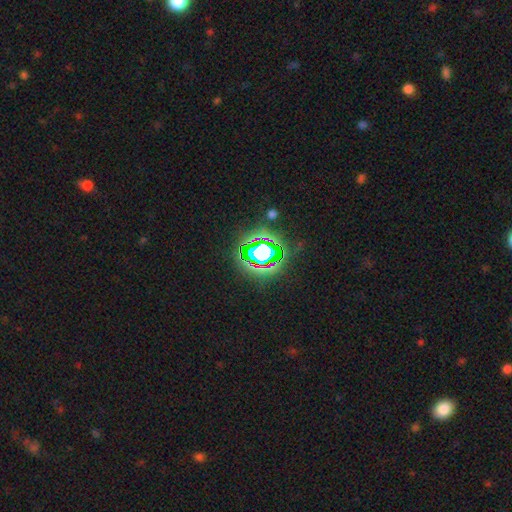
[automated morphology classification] Smooth or featured? Predicted: star or artifact (p=0.74).